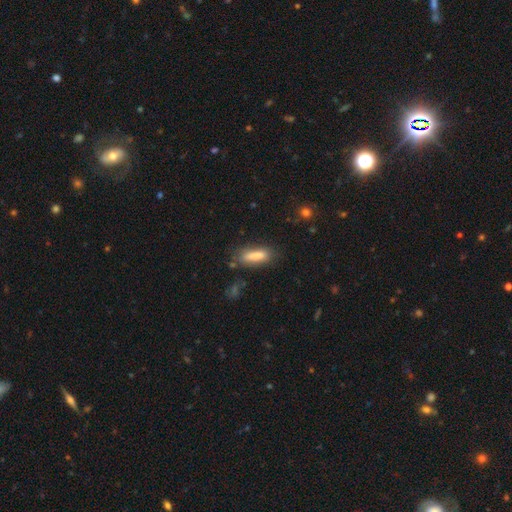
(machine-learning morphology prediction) Smooth or featured?
  - smooth: 81% *
  - featured or disk: 11%
  - star or artifact: 7%
How rounded?
  - cigar-shaped: 51% *
  - in between: 47%
  - round: 2%
Merging?
  - none: 74% *
  - minor disturbance: 17%
  - major disturbance: 5%
  - merger: 4%